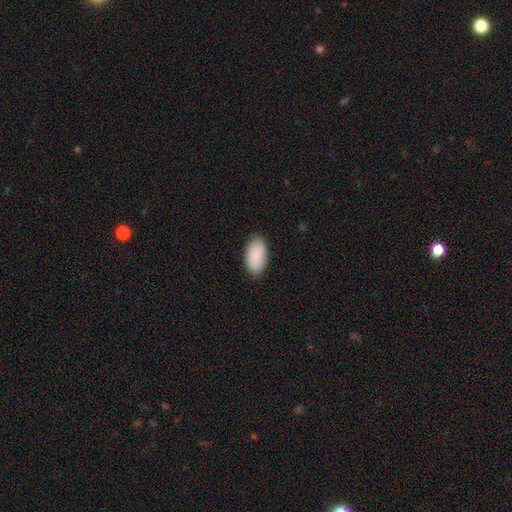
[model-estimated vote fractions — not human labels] A smooth galaxy with no disk features (90%) that is in between round and cigar-shaped (96%). Merging: none (87%).